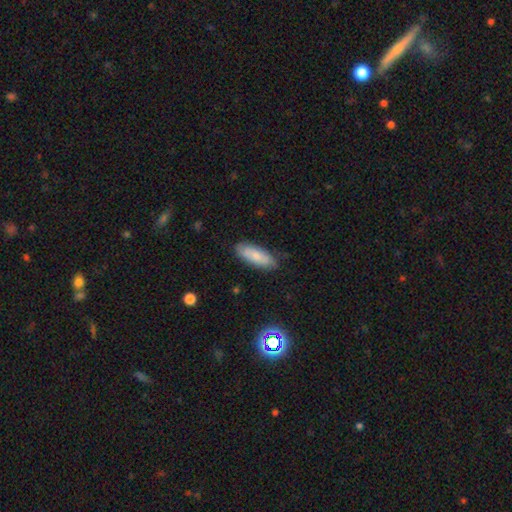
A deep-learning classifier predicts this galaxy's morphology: Q: Smooth or featured?
A: smooth (74%); runner-up: featured or disk (20%)
Q: How rounded?
A: in between (68%); runner-up: cigar-shaped (30%)
Q: Merging?
A: none (79%); runner-up: minor disturbance (16%)